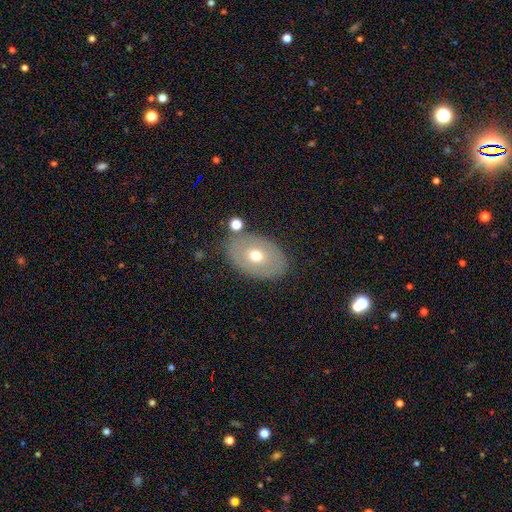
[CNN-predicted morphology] Smooth or featured? Predicted: smooth (p=0.55). How rounded? Predicted: in between (p=0.83). Merging? Predicted: none (p=0.79).